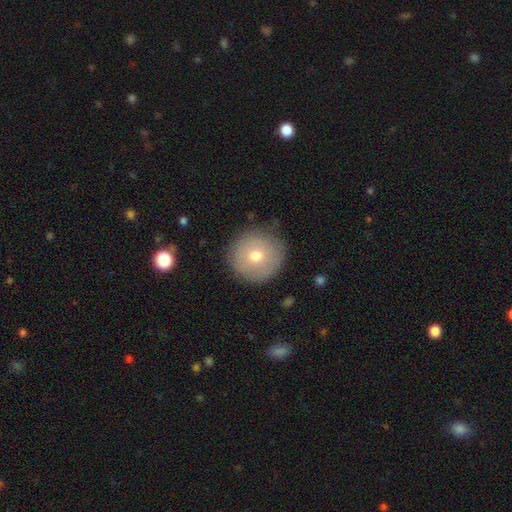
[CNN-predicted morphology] A smooth galaxy with no disk features (69%) that is round (95%). Merging: none (85%).